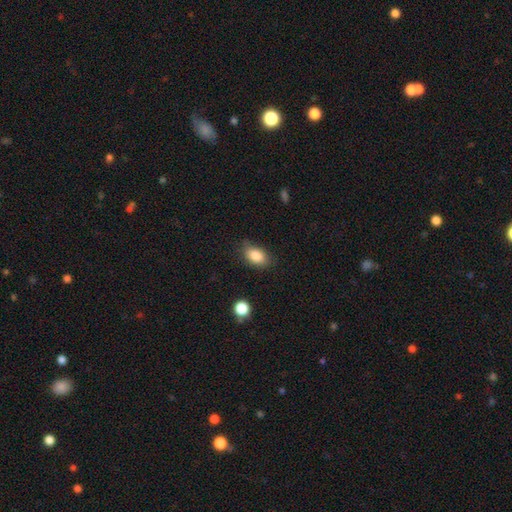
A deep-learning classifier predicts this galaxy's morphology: Smooth or featured? Predicted: smooth (p=0.87). How rounded? Predicted: in between (p=0.87). Merging? Predicted: none (p=0.75).